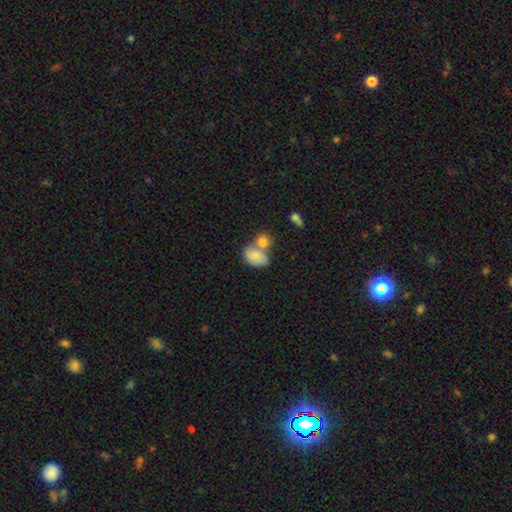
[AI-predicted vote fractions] This is likely a smooth galaxy (77%). How rounded: likely in between (78%). Merging: possibly merger (54%).